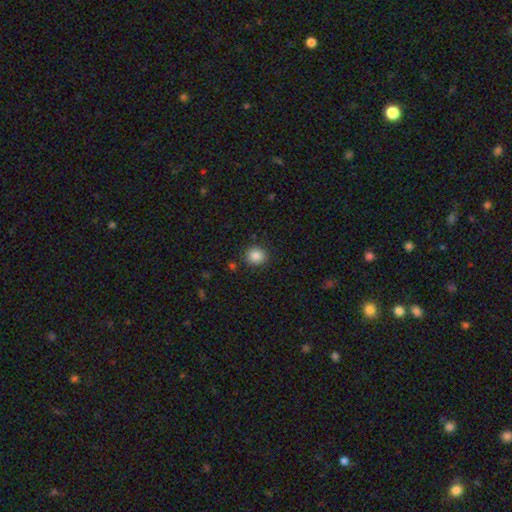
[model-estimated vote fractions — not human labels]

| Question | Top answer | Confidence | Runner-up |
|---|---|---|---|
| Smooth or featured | smooth | 87% | star or artifact (9%) |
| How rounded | round | 81% | in between (18%) |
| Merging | none | 86% | minor disturbance (9%) |